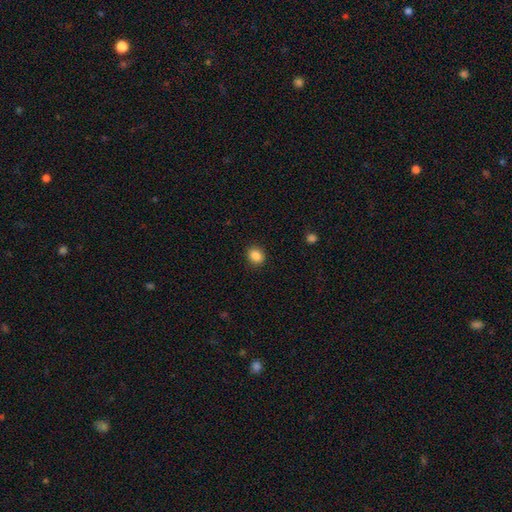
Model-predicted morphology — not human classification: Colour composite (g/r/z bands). It shows a smooth galaxy with no disk features (87%) that is round (57%). Merging: none (89%).